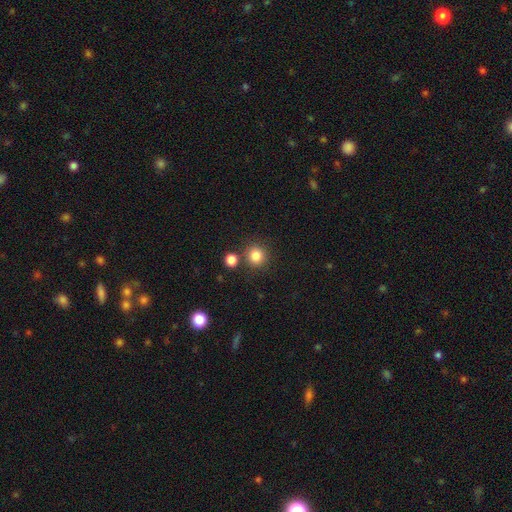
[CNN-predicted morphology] A smooth galaxy with no disk features (83%) that is round (92%).

Vote fractions:
- Smooth or featured? smooth: 83% / star or artifact: 12% / featured or disk: 5%
- How rounded? round: 92% / in between: 7% / cigar-shaped: 1%
- Merging? none: 79% / merger: 10% / minor disturbance: 7% / major disturbance: 3%